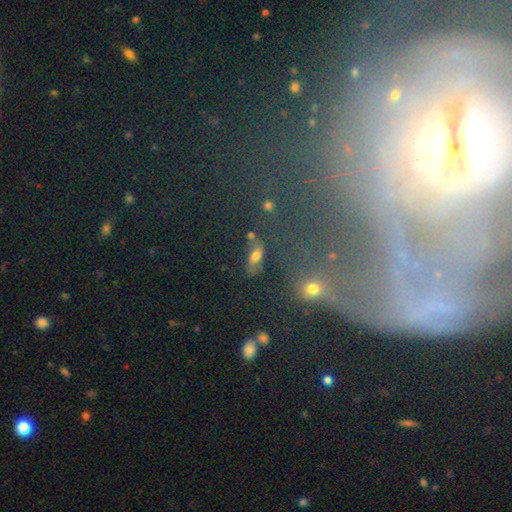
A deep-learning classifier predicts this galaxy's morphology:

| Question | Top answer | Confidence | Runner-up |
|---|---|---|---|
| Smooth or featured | smooth | 61% | star or artifact (20%) |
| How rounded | in between | 71% | cigar-shaped (17%) |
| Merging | none | 62% | minor disturbance (17%) |